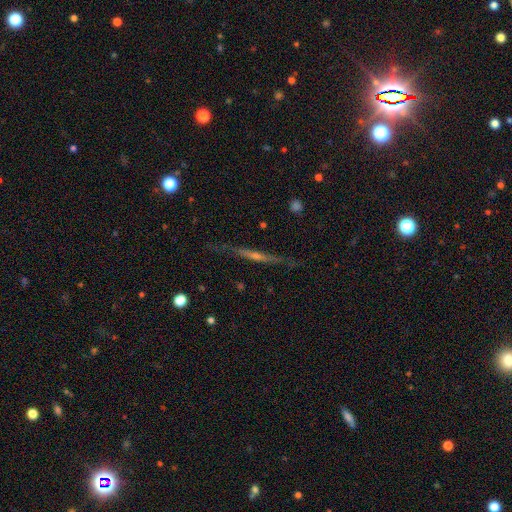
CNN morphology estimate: smooth_or_featured: featured or disk (p=0.74) [alt: smooth p=0.18]
disk_edge_on: yes (p=0.96) [alt: no p=0.04]
edge_on_bulge: rounded (p=0.59) [alt: none p=0.33]
merging: none (p=0.79) [alt: minor disturbance p=0.15]